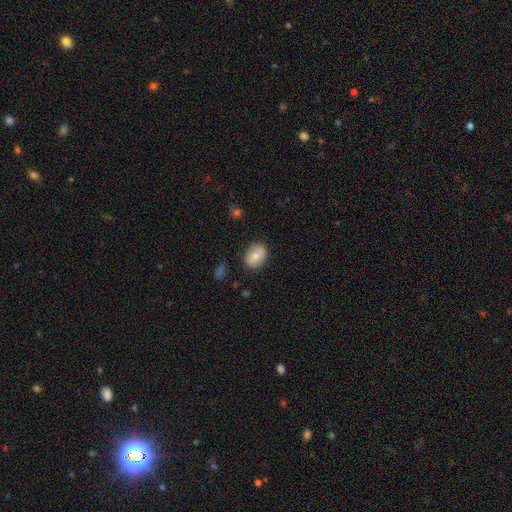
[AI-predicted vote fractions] smooth 76%, featured or disk 17%, star or artifact 7%. Down the decision tree: how rounded — in between (83%); merging — none (85%).